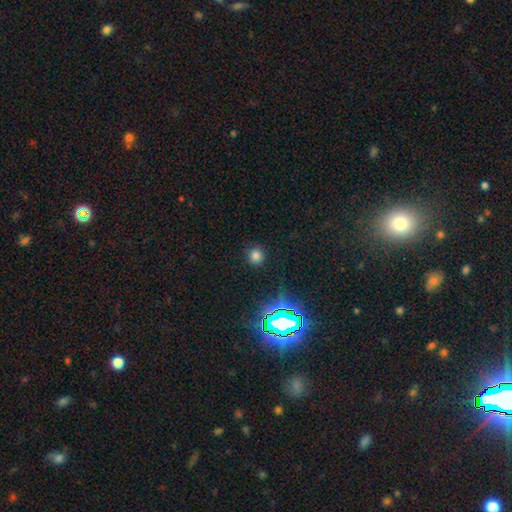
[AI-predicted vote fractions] Smooth or featured?
  - smooth: 72% *
  - star or artifact: 23%
  - featured or disk: 5%
How rounded?
  - round: 91% *
  - in between: 8%
  - cigar-shaped: 1%
Merging?
  - none: 86% *
  - minor disturbance: 9%
  - major disturbance: 3%
  - merger: 2%